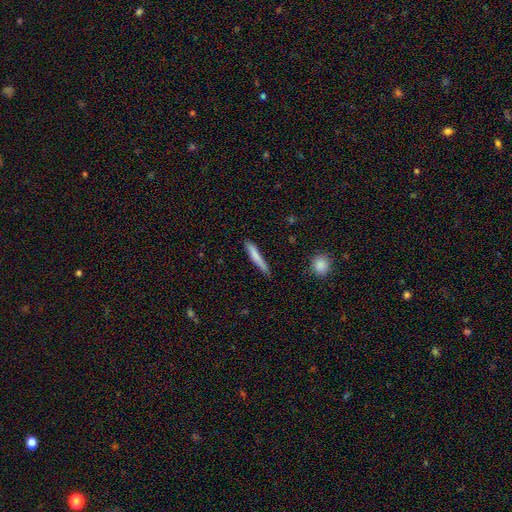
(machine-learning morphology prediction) Smooth or featured? smooth (76%)
How rounded? cigar-shaped (93%)
Merging? none (73%)